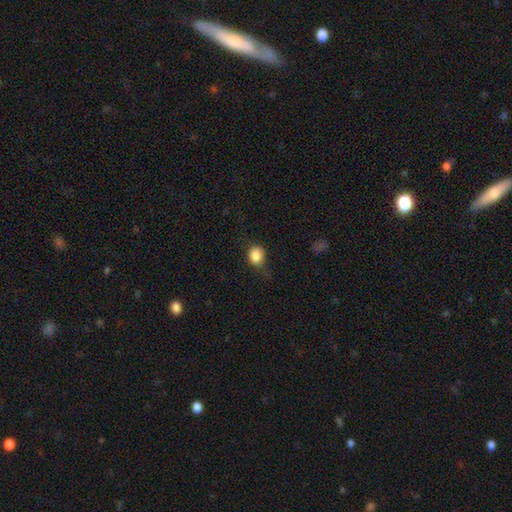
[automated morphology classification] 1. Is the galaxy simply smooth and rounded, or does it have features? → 86% smooth, 9% star or artifact, 5% featured or disk.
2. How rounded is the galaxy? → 53% round, 46% in between, 1% cigar-shaped.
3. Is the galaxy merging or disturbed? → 68% none, 24% minor disturbance, 7% major disturbance, 1% merger.